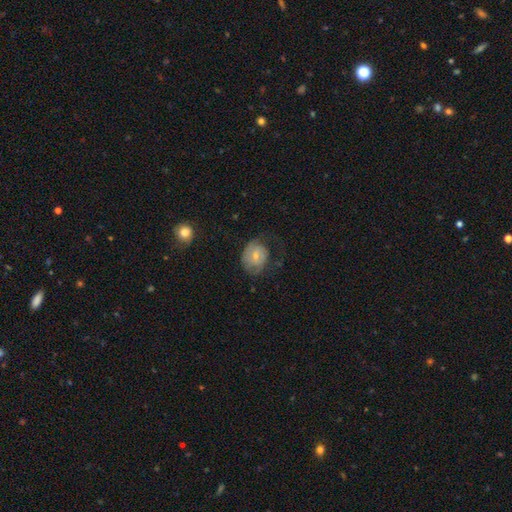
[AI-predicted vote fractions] Overall: smooth (53%; featured or disk 39%). How rounded: round (57%; in between 43%). Merging: none (43%; major disturbance 28%).